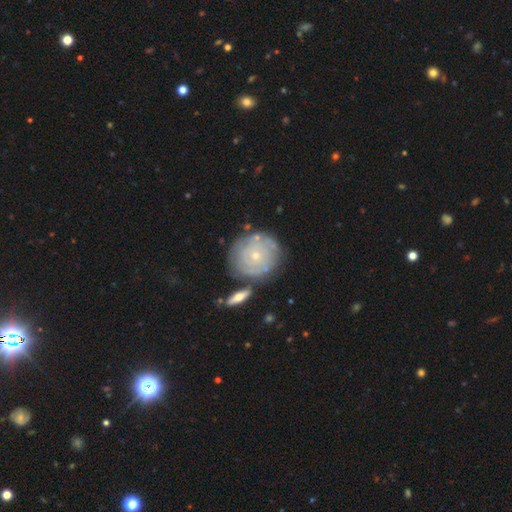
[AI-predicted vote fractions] The model was most divided on "smooth or featured": featured or disk: 62%, smooth: 31%, star or artifact: 7%. More confident: edge-on disk — no (96%); bar — no (88%); bulge size — small (78%); merging — none (73%); spiral arms — yes (66%).